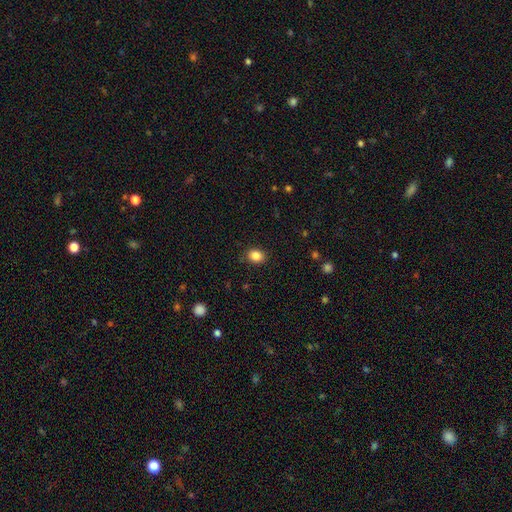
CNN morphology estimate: A smooth galaxy with no disk features (85%) that is round (54%).

Vote fractions:
- Smooth or featured? smooth: 85% / star or artifact: 10% / featured or disk: 5%
- How rounded? round: 54% / in between: 45% / cigar-shaped: 1%
- Merging? none: 87% / minor disturbance: 9% / major disturbance: 2% / merger: 1%